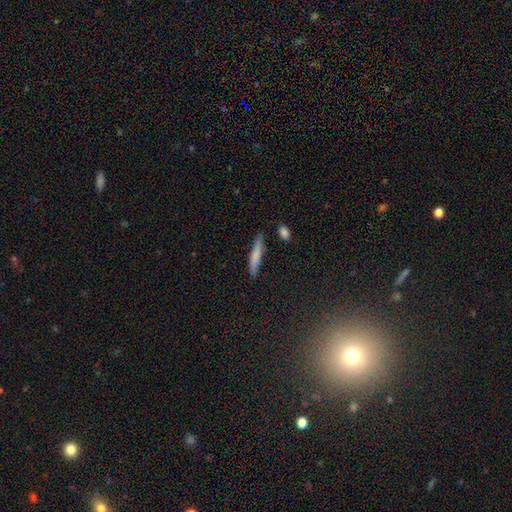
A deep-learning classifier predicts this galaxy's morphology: Smooth or featured? smooth (76%)
How rounded? cigar-shaped (89%)
Merging? none (83%)